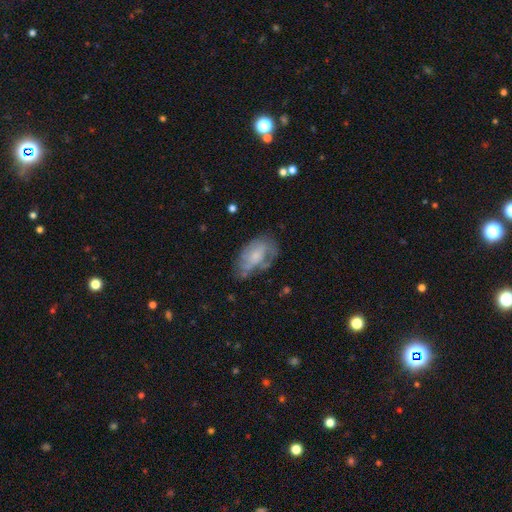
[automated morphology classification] smooth_or_featured: featured or disk (p=0.55) [alt: smooth p=0.38]
disk_edge_on: no (p=0.96) [alt: yes p=0.04]
bar: no (p=0.70) [alt: weak p=0.25]
has_spiral_arms: yes (p=0.64) [alt: no p=0.36]
bulge_size: small (p=0.54) [alt: moderate p=0.28]
merging: none (p=0.48) [alt: minor disturbance p=0.30]